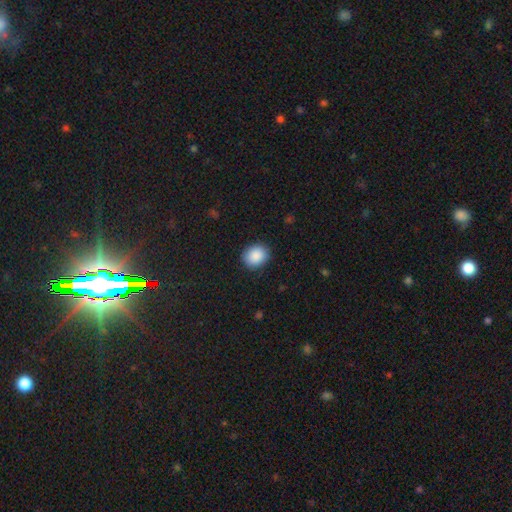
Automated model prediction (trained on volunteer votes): smooth 89%, star or artifact 8%, featured or disk 3%. Down the decision tree: how rounded — round (68%); merging — none (88%).